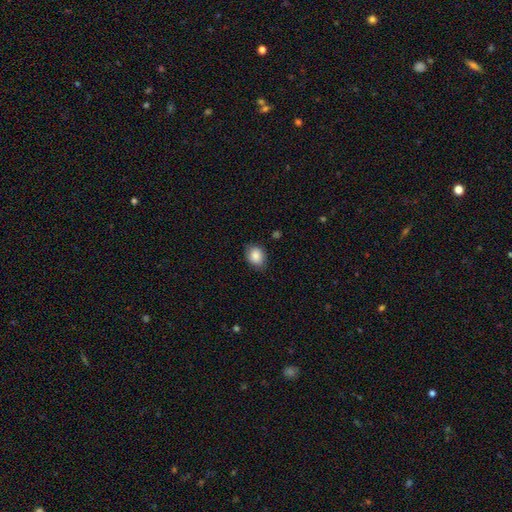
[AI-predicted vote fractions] Smooth or featured? smooth (86%)
How rounded? in between (53%)
Merging? none (77%)